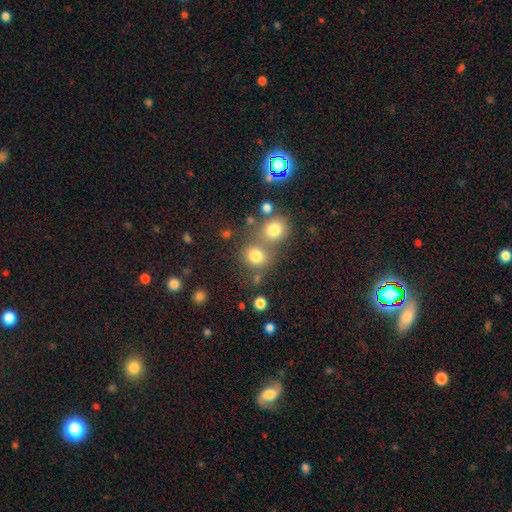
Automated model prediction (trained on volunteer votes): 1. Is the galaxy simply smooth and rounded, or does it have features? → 78% smooth, 14% star or artifact, 8% featured or disk.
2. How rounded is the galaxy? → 81% round, 18% in between, 1% cigar-shaped.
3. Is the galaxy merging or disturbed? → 56% none, 31% merger, 9% minor disturbance, 4% major disturbance.